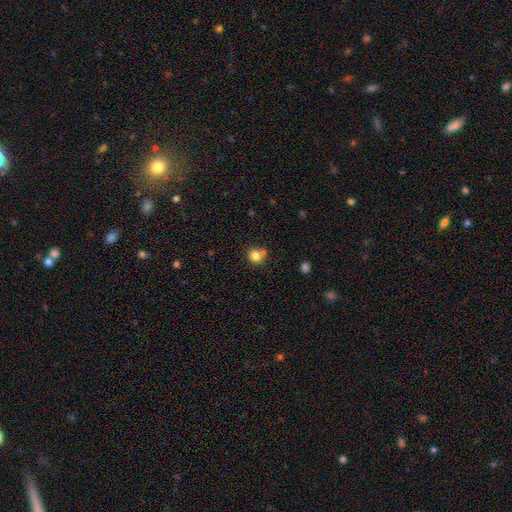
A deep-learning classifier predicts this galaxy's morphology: Smooth or featured? smooth (82%)
How rounded? round (84%)
Merging? none (59%)